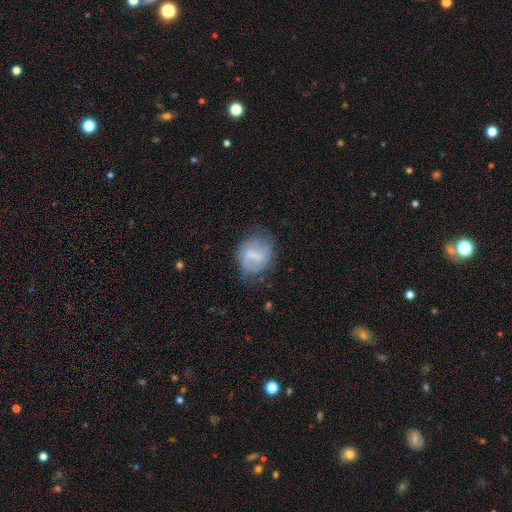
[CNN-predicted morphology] A featured or disk galaxy (55%) with a weak bar (52%), spiral arms (71%) and a small central bulge (38%). Merging: none (59%).